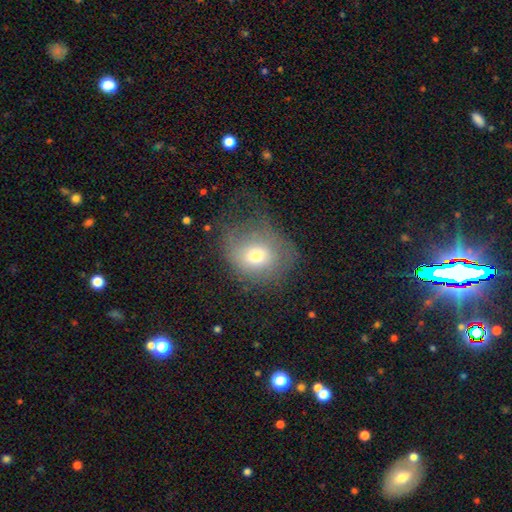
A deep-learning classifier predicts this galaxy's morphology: A smooth galaxy with no disk features (64%) that is round (63%). Merging: none (48%).